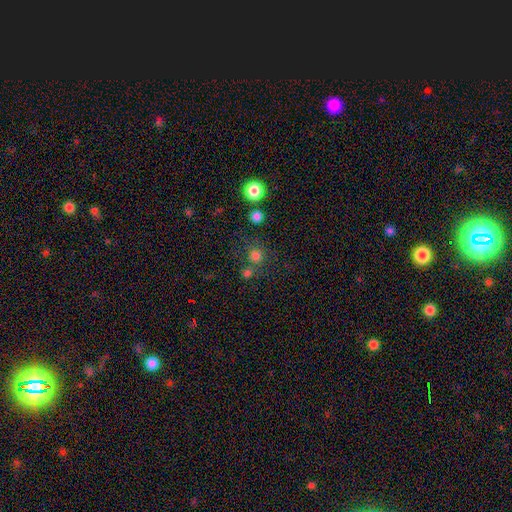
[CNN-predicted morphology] Smooth or featured? smooth (76%)
How rounded? round (92%)
Merging? none (71%)